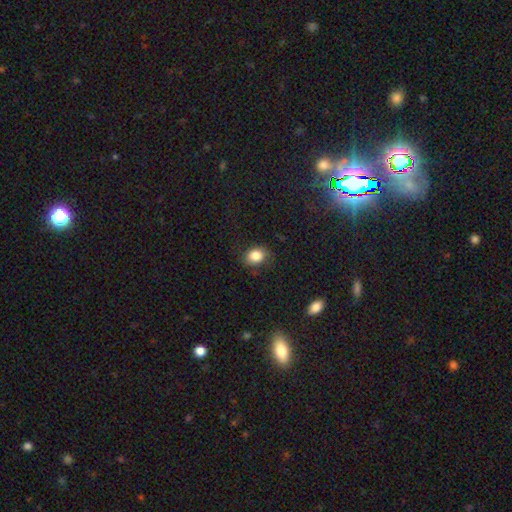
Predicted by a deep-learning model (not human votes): This appears to be a smooth galaxy with no disk features (85%) that is in between round and cigar-shaped (53%). Merging: none (78%).